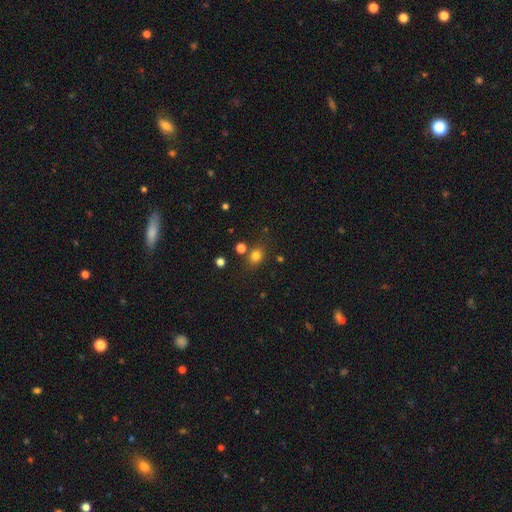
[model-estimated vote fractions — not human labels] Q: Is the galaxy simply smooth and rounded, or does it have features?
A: smooth — 78%.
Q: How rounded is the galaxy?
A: round — 54%.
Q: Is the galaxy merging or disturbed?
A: none — 74%.